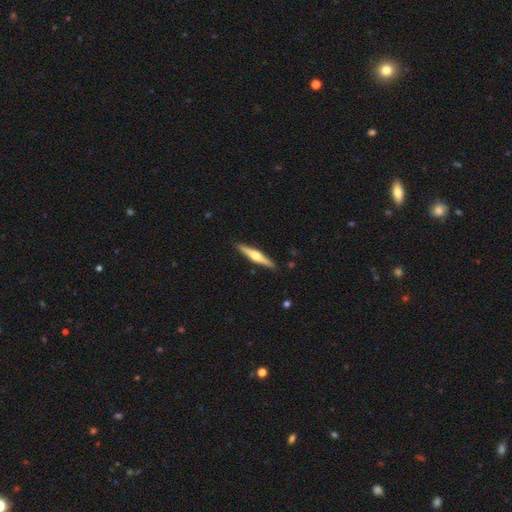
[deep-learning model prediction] The model was most divided on "smooth or featured": featured or disk: 64%, smooth: 31%, star or artifact: 5%. More confident: edge-on disk — yes (98%); edge-on bulge — rounded (92%); merging — none (91%).